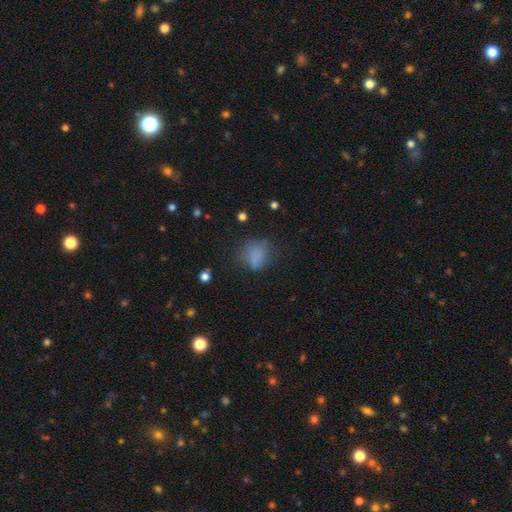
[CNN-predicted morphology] Smooth or featured? smooth (75%)
How rounded? round (57%)
Merging? none (56%)